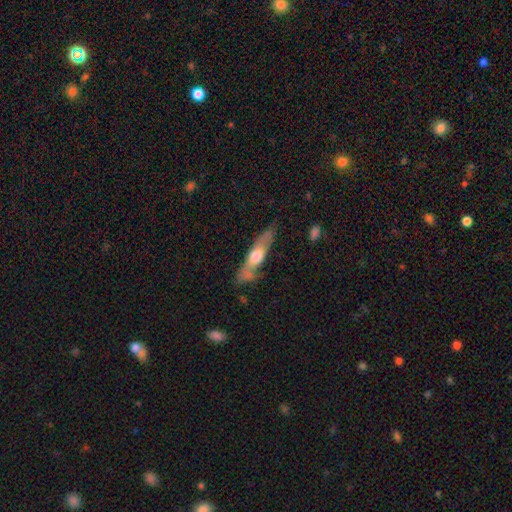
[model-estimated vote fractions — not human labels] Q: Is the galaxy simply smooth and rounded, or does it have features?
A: featured or disk — 50%.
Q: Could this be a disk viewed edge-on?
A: yes — 69%.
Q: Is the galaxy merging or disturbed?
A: none — 68%.